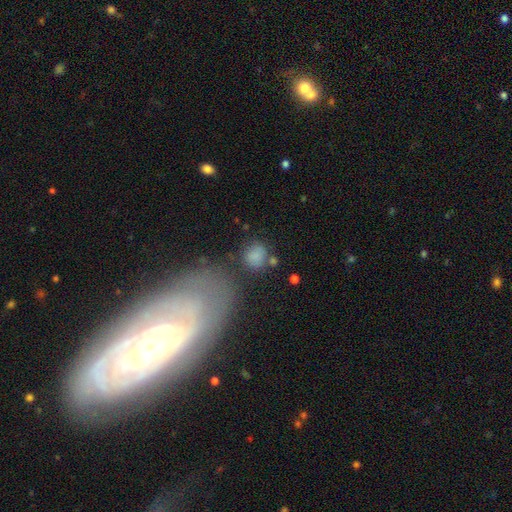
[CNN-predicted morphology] Smooth or featured?
  - smooth: 79% *
  - star or artifact: 13%
  - featured or disk: 8%
How rounded?
  - round: 73% *
  - in between: 25%
  - cigar-shaped: 2%
Merging?
  - none: 63% *
  - minor disturbance: 17%
  - merger: 11%
  - major disturbance: 9%